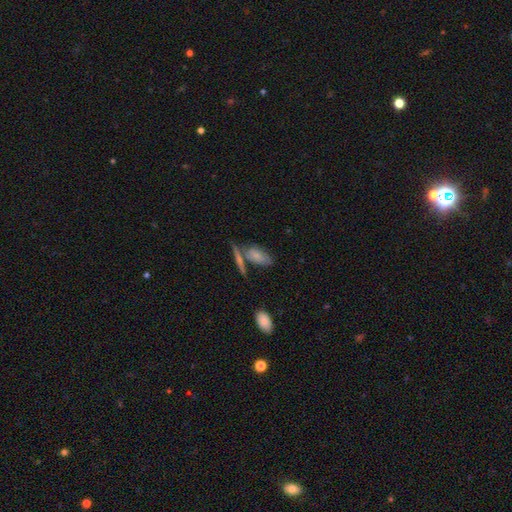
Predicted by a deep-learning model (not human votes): Morphology: type=smooth (68%); roundness=in between (81%); merging=none (49%).